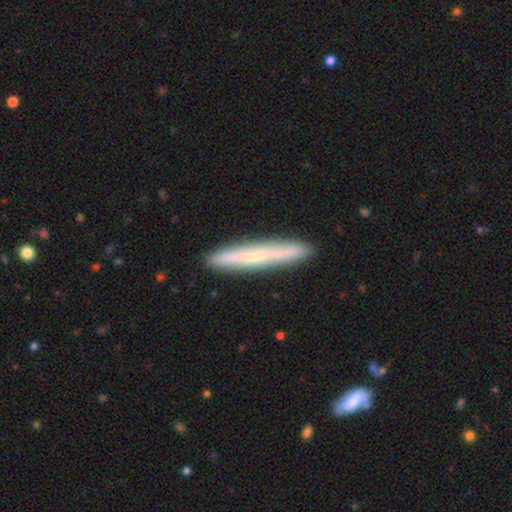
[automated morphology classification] Q: Smooth or featured?
A: smooth (48%); runner-up: featured or disk (45%)
Q: Merging?
A: none (90%); runner-up: minor disturbance (7%)